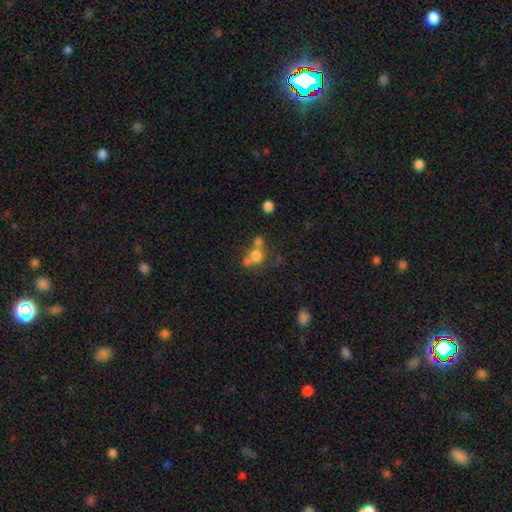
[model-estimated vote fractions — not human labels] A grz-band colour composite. It shows a smooth galaxy with no disk features (70%) that is round (79%). Merging: merger (50%).